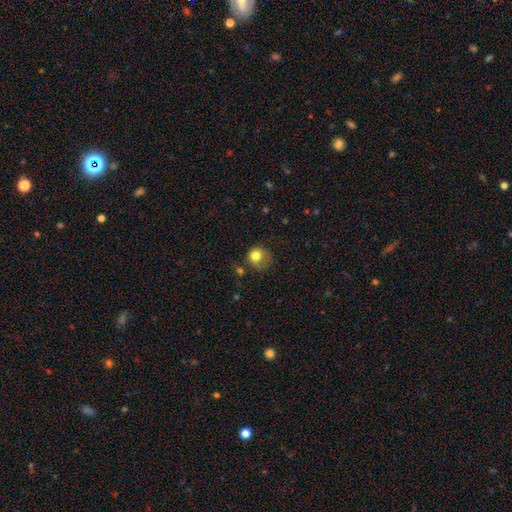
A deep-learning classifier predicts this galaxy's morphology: smooth_or_featured: smooth (p=0.77) [alt: featured or disk p=0.13]
how_rounded: round (p=0.80) [alt: in between p=0.19]
merging: none (p=0.48) [alt: minor disturbance p=0.31]